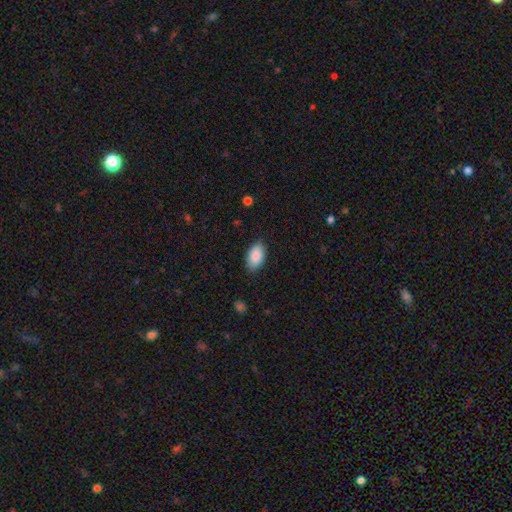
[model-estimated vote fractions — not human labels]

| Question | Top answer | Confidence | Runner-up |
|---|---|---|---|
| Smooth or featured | smooth | 88% | star or artifact (6%) |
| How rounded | in between | 95% | round (4%) |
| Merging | none | 84% | minor disturbance (13%) |